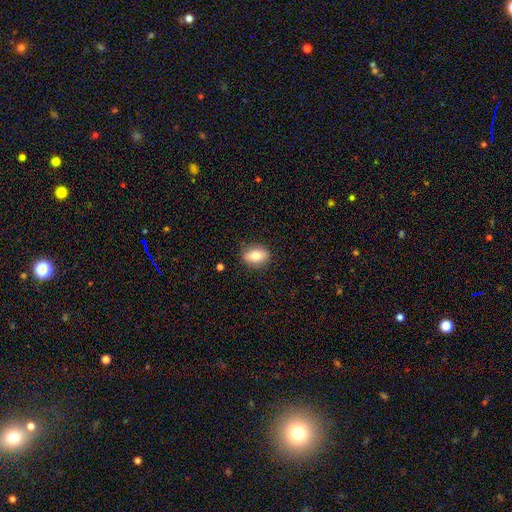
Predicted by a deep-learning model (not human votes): The model was most divided on "how rounded": in between: 76%, round: 21%, cigar-shaped: 3%. More confident: merging — none (84%); smooth or featured — smooth (76%).